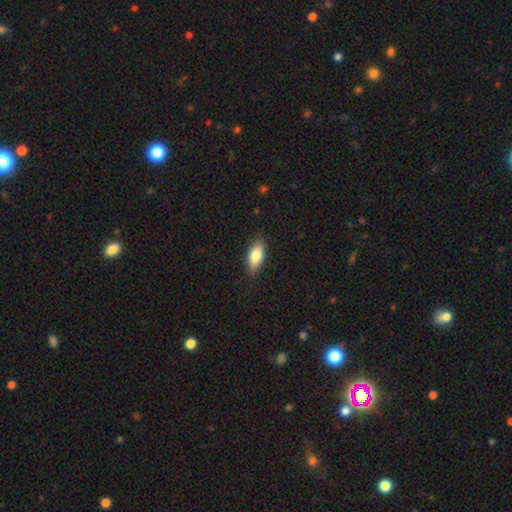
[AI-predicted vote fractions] Smooth or featured? smooth (81%)
How rounded? in between (84%)
Merging? none (84%)